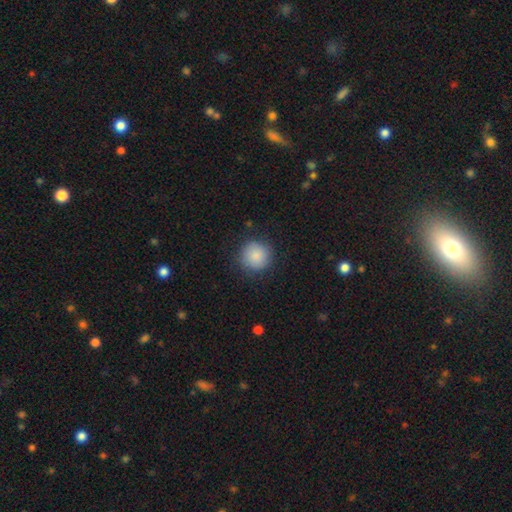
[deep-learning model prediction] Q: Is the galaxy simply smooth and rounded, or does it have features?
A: smooth — 86%.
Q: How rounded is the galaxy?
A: round — 94%.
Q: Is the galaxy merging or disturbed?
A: none — 85%.